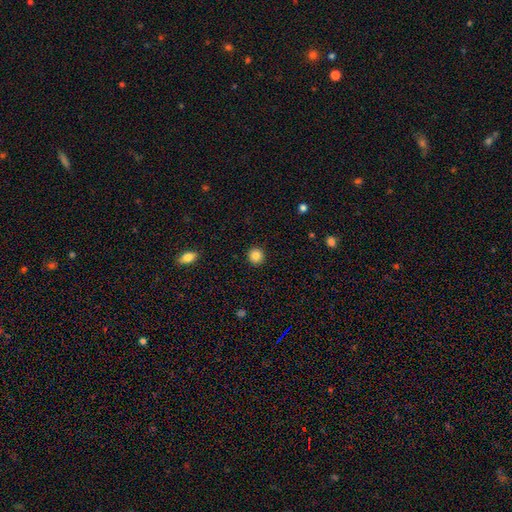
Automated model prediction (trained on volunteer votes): Q: Smooth or featured?
A: smooth (85%); runner-up: star or artifact (10%)
Q: How rounded?
A: round (93%); runner-up: in between (6%)
Q: Merging?
A: none (92%); runner-up: minor disturbance (5%)